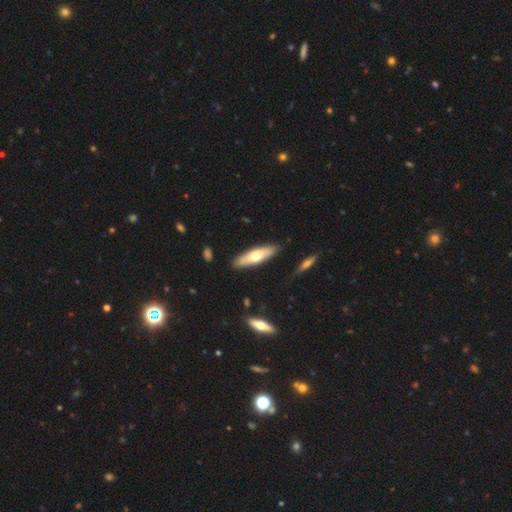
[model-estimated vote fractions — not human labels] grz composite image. It shows a smooth galaxy with no disk features (58%) that is cigar-shaped (62%). Merging: none (87%).